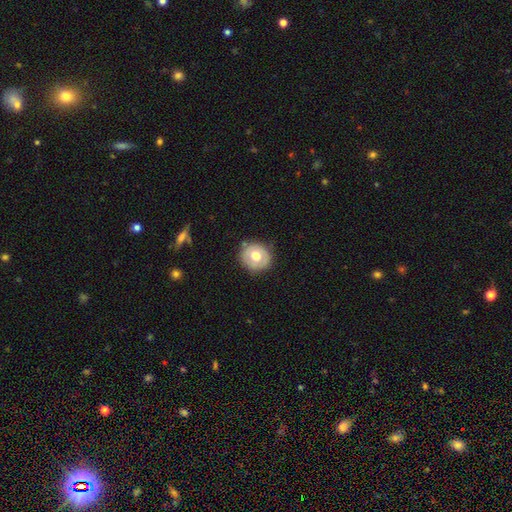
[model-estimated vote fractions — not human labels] The model was most divided on "smooth or featured": smooth: 59%, featured or disk: 33%, star or artifact: 7%. More confident: how rounded — round (88%); merging — none (79%).